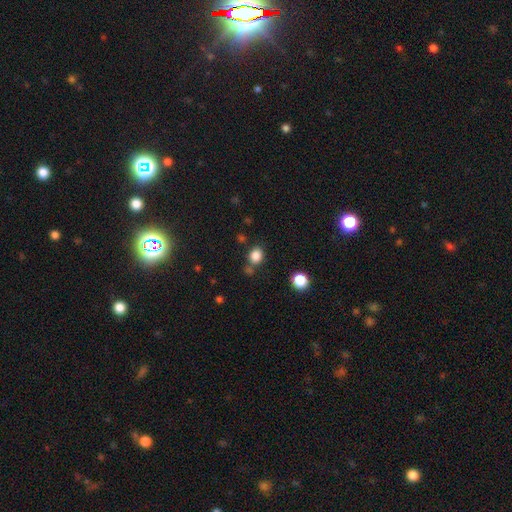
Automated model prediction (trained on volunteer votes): This appears to be a smooth galaxy with no disk features (84%) that is round (61%). Merging: none (72%).